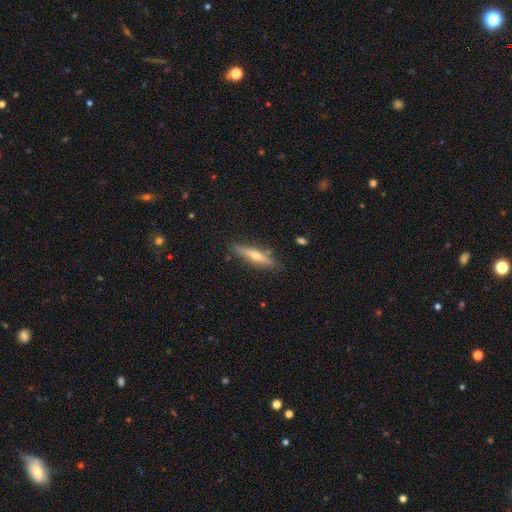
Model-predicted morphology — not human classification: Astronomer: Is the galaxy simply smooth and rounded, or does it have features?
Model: featured or disk — 63%.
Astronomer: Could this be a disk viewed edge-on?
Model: yes — 94%.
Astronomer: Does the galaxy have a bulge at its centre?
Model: rounded — 91%.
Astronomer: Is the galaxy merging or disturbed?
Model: none — 86%.